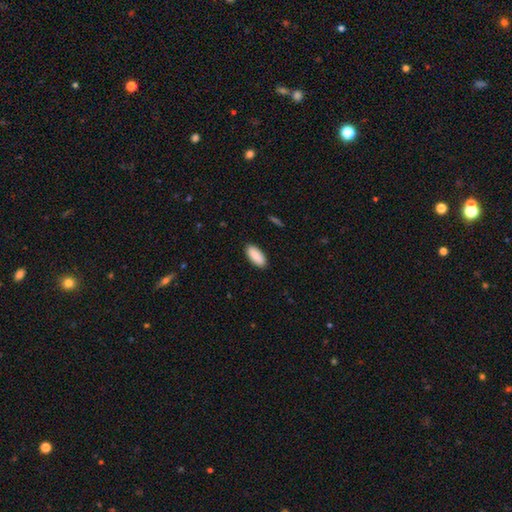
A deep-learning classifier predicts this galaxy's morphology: This is clearly a smooth galaxy (89%). How rounded: clearly in between (88%). Merging: clearly none (90%).